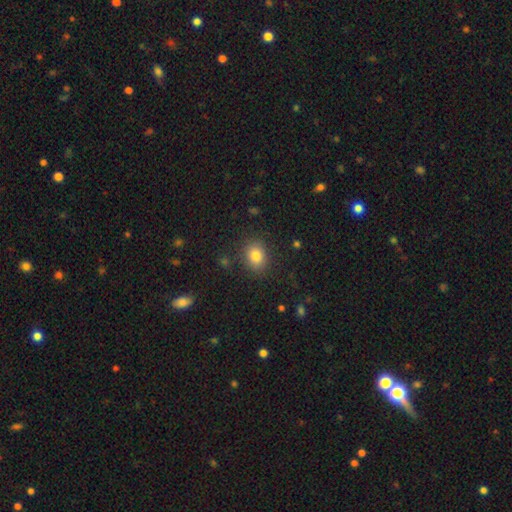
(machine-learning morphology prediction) smooth-or-featured: smooth: 82% | star or artifact: 11% | featured or disk: 8%
  how-rounded: round: 51% | in between: 48% | cigar-shaped: 1%
  merging: none: 86% | minor disturbance: 10% | major disturbance: 3% | merger: 2%